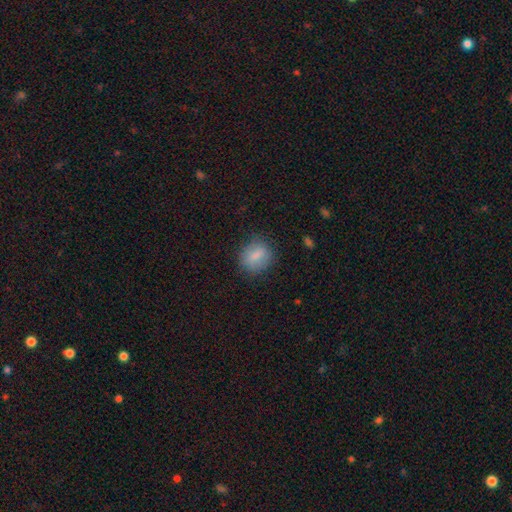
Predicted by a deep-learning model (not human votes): This appears to be a smooth galaxy with no disk features (78%) that is round (60%). Merging: none (78%).